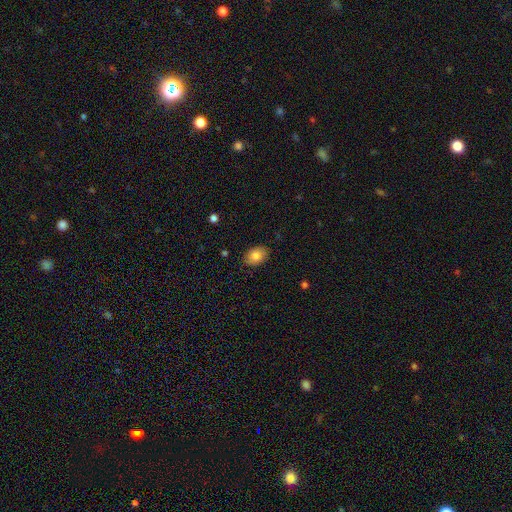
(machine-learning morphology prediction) Smooth or featured: smooth — 83% (featured or disk — 9%)
How rounded: in between — 79% (round — 20%)
Merging: none — 86% (minor disturbance — 11%)